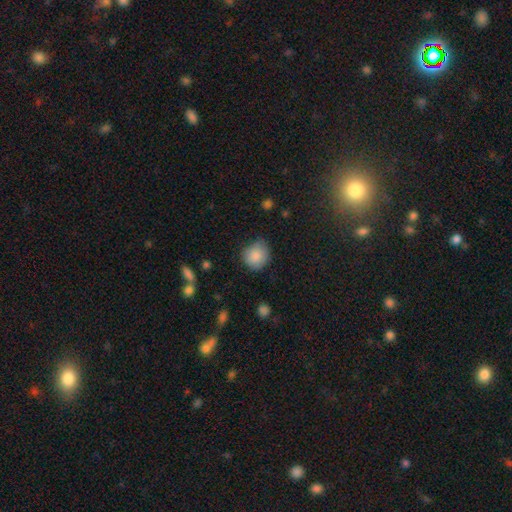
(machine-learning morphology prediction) This appears to be a smooth galaxy with no disk features (85%) that is round (84%). Merging: none (71%).